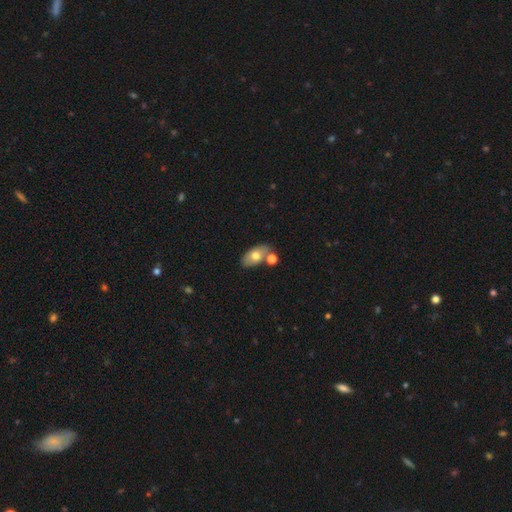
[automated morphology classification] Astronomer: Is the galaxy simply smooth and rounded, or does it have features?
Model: smooth — 69%.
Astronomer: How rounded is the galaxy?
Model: in between — 91%.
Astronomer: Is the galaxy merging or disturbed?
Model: none — 64%.